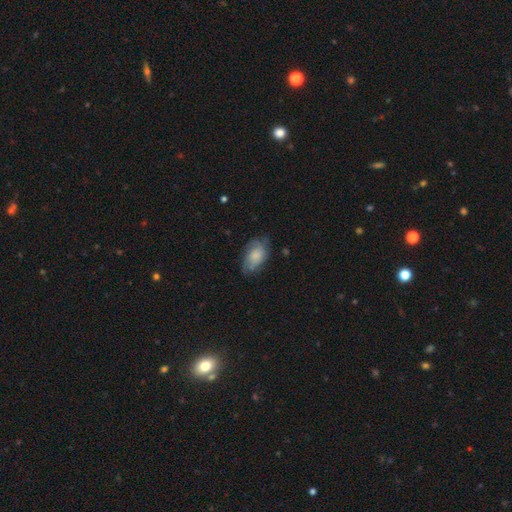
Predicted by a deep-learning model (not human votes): Smooth or featured? smooth (57%)
How rounded? in between (91%)
Merging? none (59%)